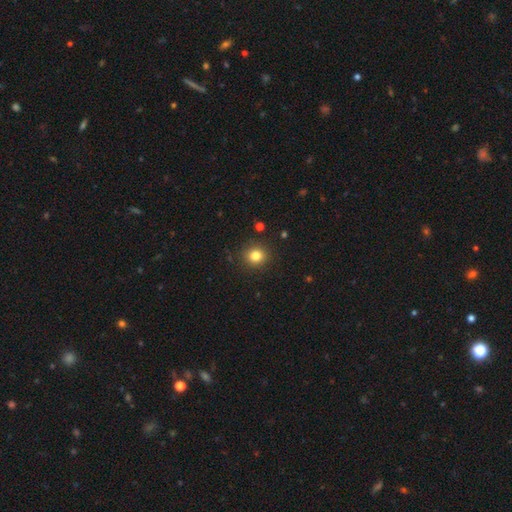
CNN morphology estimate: smooth 81%, star or artifact 13%, featured or disk 6%. Down the decision tree: how rounded — round (88%); merging — none (89%).